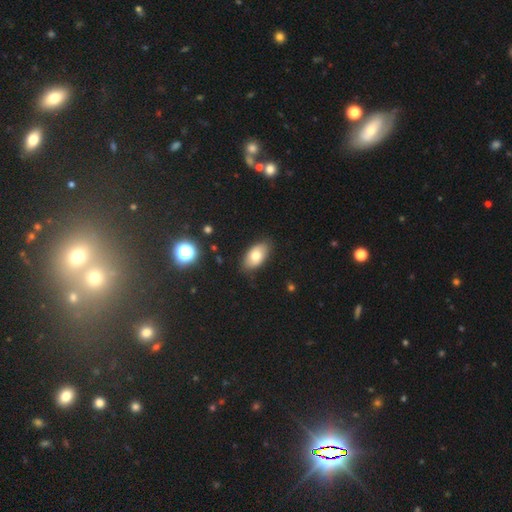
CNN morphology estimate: The model was most divided on "smooth or featured": smooth: 74%, featured or disk: 18%, star or artifact: 9%. More confident: how rounded — in between (93%); merging — none (84%).